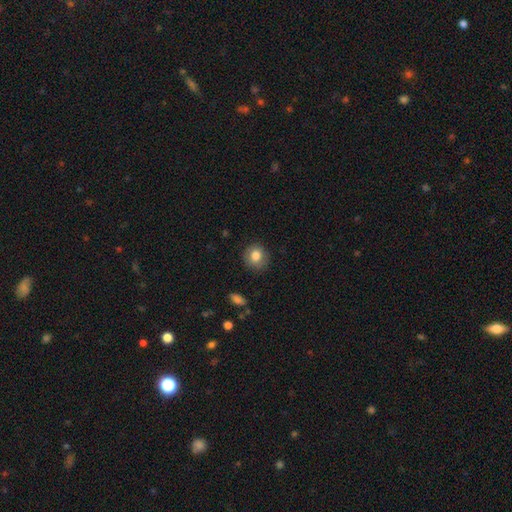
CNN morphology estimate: Smooth or featured? smooth (83%)
How rounded? round (84%)
Merging? none (87%)